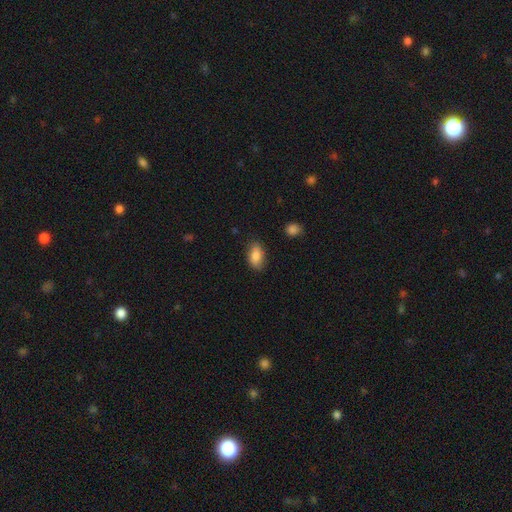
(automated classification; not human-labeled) This appears to be a smooth galaxy with no disk features (84%) that is in between round and cigar-shaped (91%). Merging: none (79%).